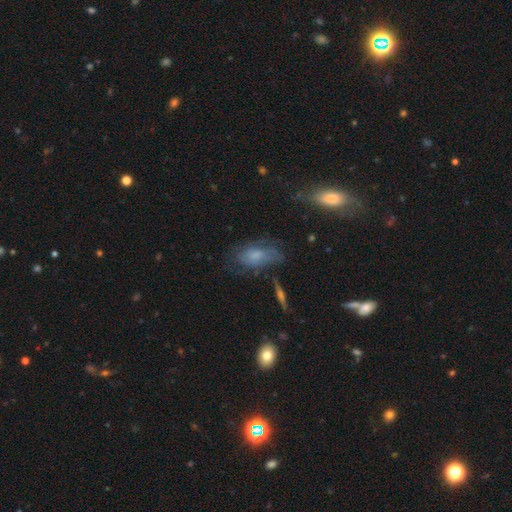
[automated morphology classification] Smooth or featured?
  - smooth: 49% *
  - featured or disk: 39%
  - star or artifact: 12%
Merging?
  - none: 55% *
  - minor disturbance: 26%
  - major disturbance: 16%
  - merger: 4%